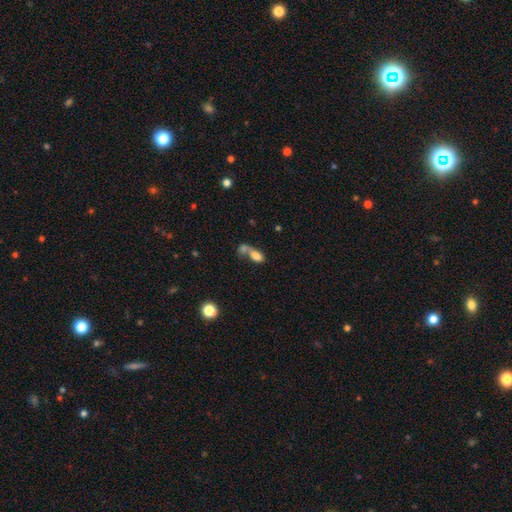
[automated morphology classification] Smooth or featured?
  - smooth: 75% *
  - featured or disk: 14%
  - star or artifact: 11%
How rounded?
  - in between: 82% *
  - round: 11%
  - cigar-shaped: 7%
Merging?
  - merger: 62% *
  - none: 20%
  - major disturbance: 10%
  - minor disturbance: 8%